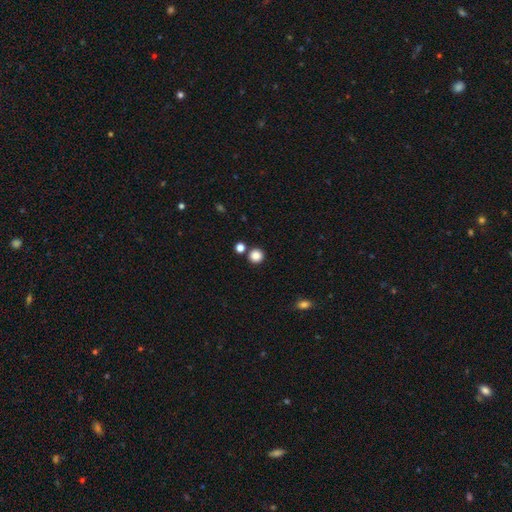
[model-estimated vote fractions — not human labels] smooth-or-featured: smooth: 86% | star or artifact: 11% | featured or disk: 3%
  how-rounded: round: 94% | in between: 5% | cigar-shaped: 1%
  merging: none: 84% | merger: 8% | minor disturbance: 6% | major disturbance: 2%